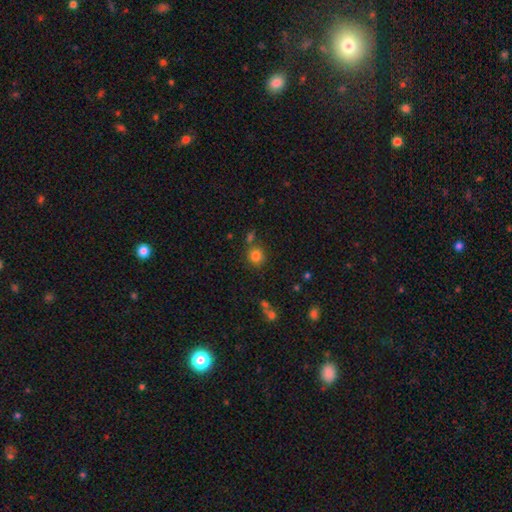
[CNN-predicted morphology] type=smooth (82%); roundness=round (87%); merging=none (75%).